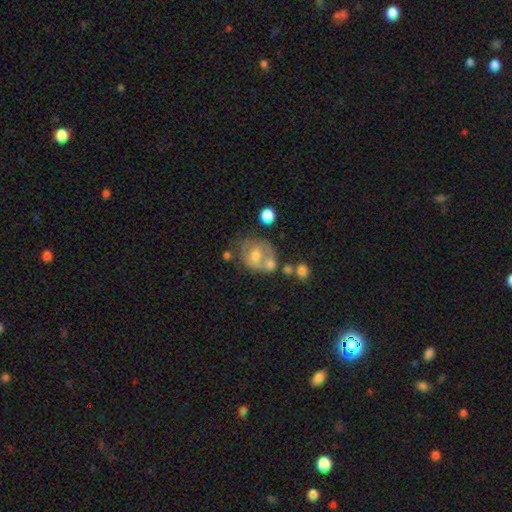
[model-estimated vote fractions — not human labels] Overall: smooth (47%; featured or disk 44%). Merging: none (40%; merger 28%).